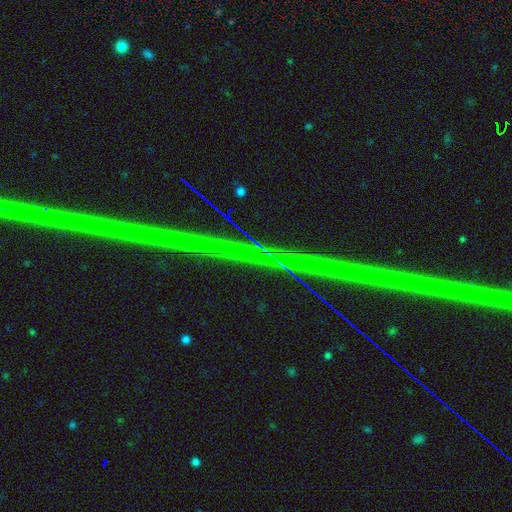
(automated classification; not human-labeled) Overall: star or artifact (84%).